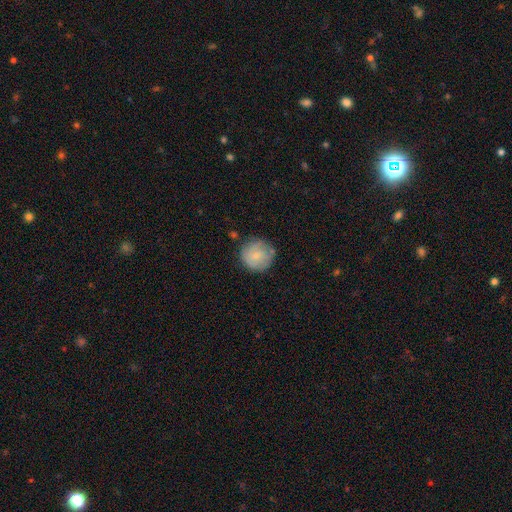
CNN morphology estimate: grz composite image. It shows a smooth galaxy with no disk features (69%) that is round (94%). Merging: none (73%).